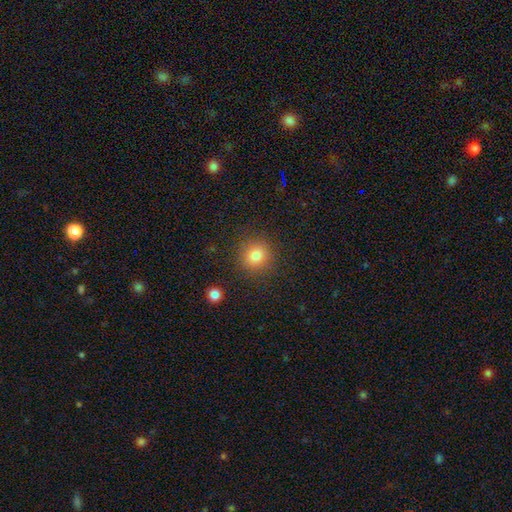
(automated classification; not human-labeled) Smooth or featured?
  - smooth: 82% *
  - star or artifact: 12%
  - featured or disk: 6%
How rounded?
  - round: 87% *
  - in between: 12%
  - cigar-shaped: 1%
Merging?
  - none: 87% *
  - minor disturbance: 8%
  - major disturbance: 3%
  - merger: 2%